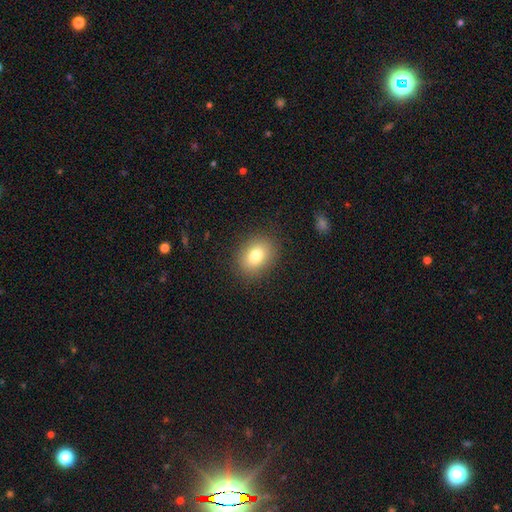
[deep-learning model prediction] This appears to be a smooth galaxy with no disk features (79%) that is in between round and cigar-shaped (60%). Merging: none (87%).